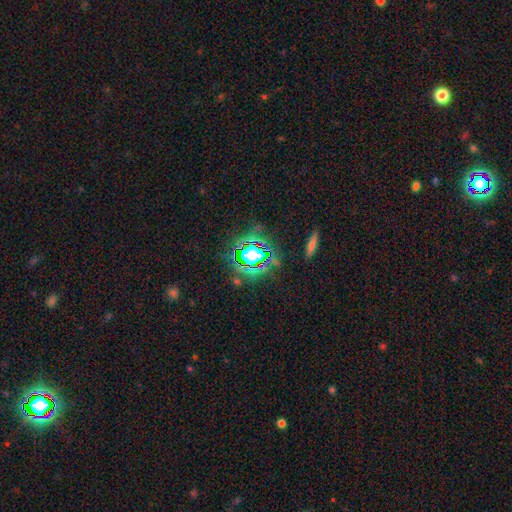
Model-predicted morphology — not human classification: Smooth or featured: star or artifact — 74% (smooth — 16%)